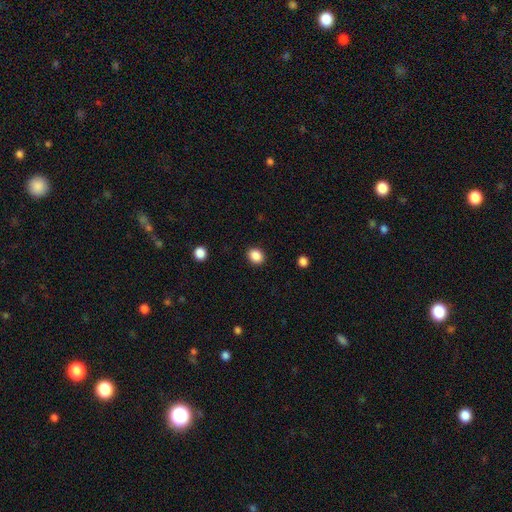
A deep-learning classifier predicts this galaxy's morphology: smooth 87%, star or artifact 10%, featured or disk 3%. Down the decision tree: how rounded — round (64%); merging — none (91%).